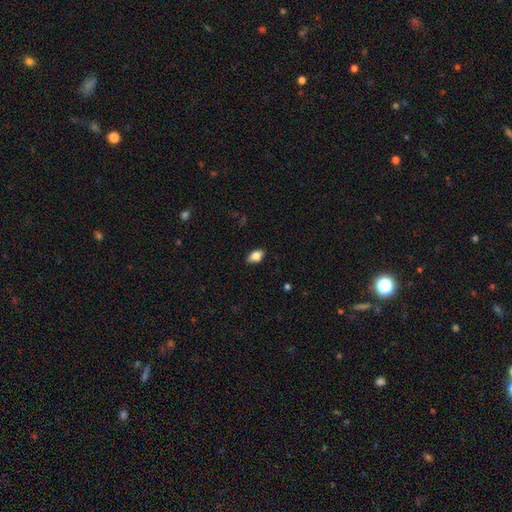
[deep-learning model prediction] Overall: smooth (76%). How rounded: in between (88%). Merging: none (84%).